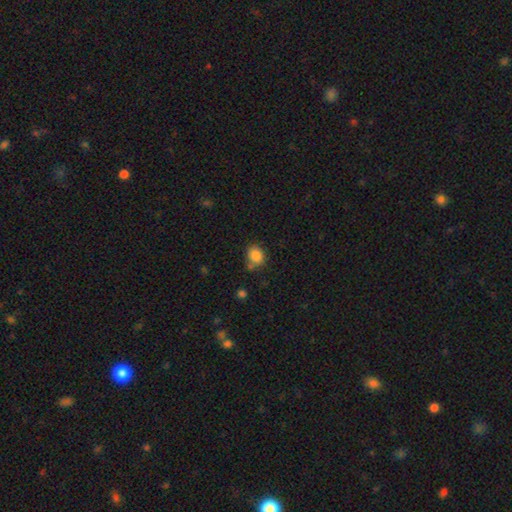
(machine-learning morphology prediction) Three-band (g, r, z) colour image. It shows a smooth galaxy with no disk features (85%) that is round (55%). Merging: none (65%).